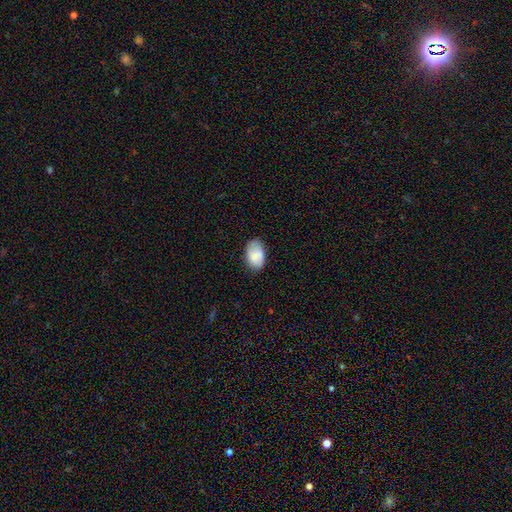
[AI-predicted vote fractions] This is clearly a smooth galaxy (83%). How rounded: clearly in between (91%). Merging: likely none (71%).